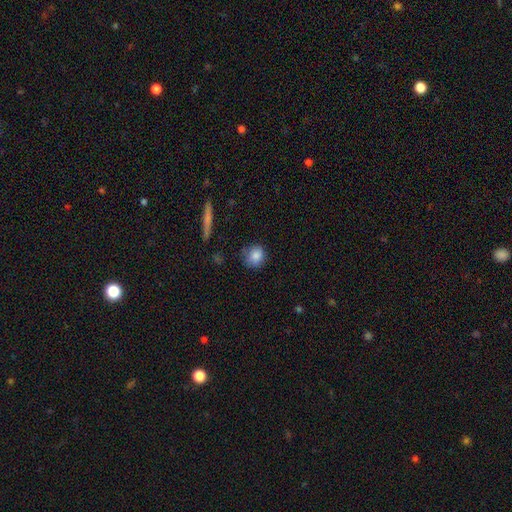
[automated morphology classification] This appears to be a smooth galaxy with no disk features (85%) that is round (82%). Merging: none (73%).